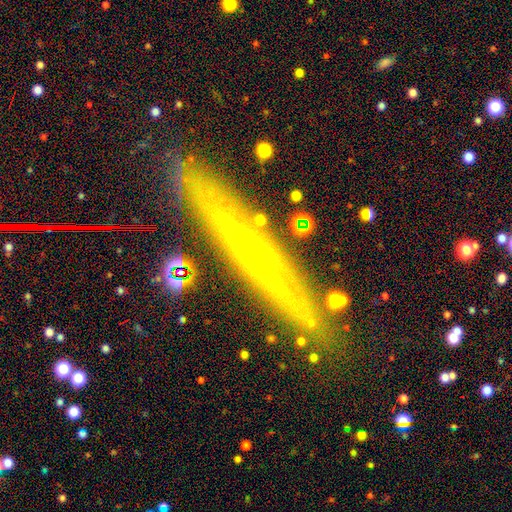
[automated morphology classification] smooth-or-featured: featured or disk: 58% | smooth: 27% | star or artifact: 14%
  disk-edge-on: yes: 87% | no: 13%
    edge-on-bulge: rounded: 51% | none: 43% | boxy: 6%
  merging: none: 86% | minor disturbance: 9% | major disturbance: 2% | merger: 2%